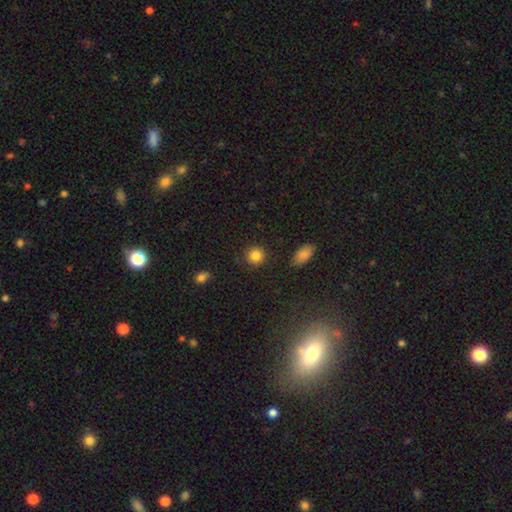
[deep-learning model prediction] Smooth or featured: smooth — 86% (star or artifact — 10%)
How rounded: round — 89% (in between — 10%)
Merging: none — 88% (minor disturbance — 8%)